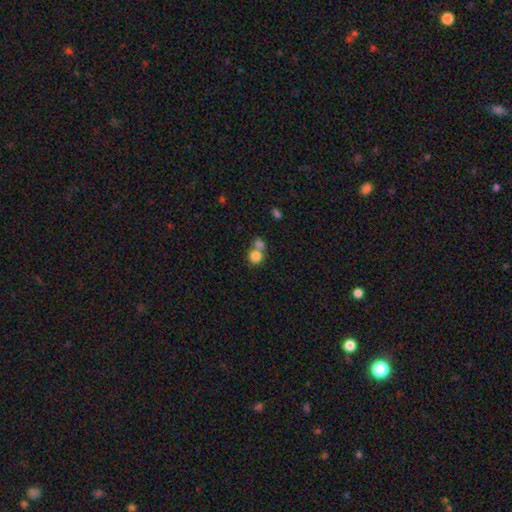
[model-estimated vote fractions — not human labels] This appears to be a smooth galaxy with no disk features (81%) that is round (83%). Merging: merger (49%).